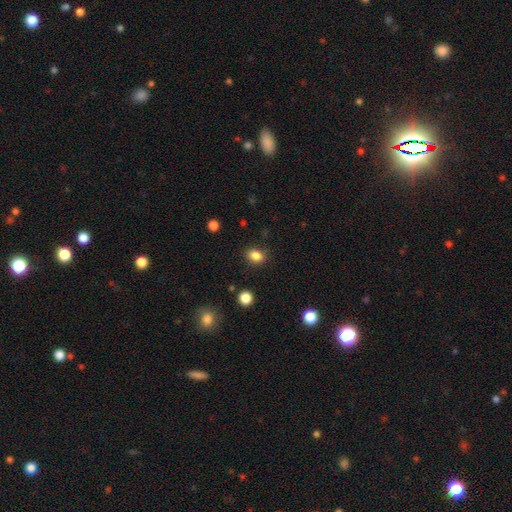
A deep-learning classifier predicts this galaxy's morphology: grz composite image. It shows a smooth galaxy with no disk features (85%) that is in between round and cigar-shaped (65%). Merging: none (87%).